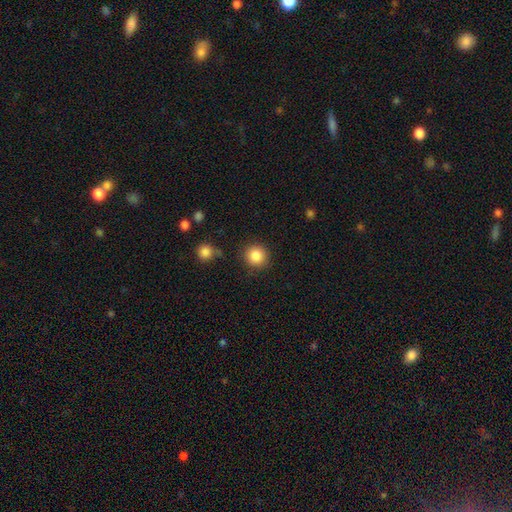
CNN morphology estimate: Smooth or featured? smooth (86%)
How rounded? round (94%)
Merging? none (87%)